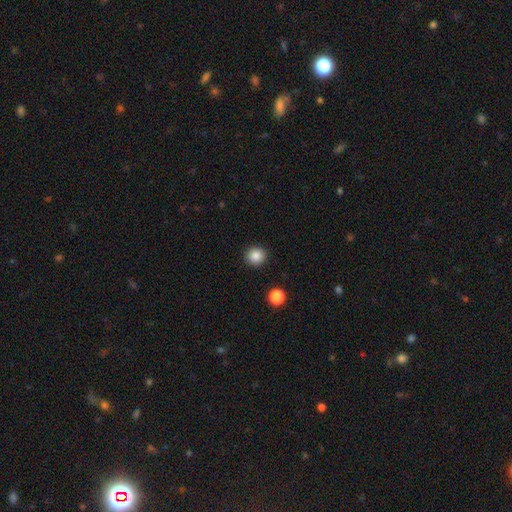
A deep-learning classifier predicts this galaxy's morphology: Smooth or featured? smooth (86%)
How rounded? round (90%)
Merging? none (92%)